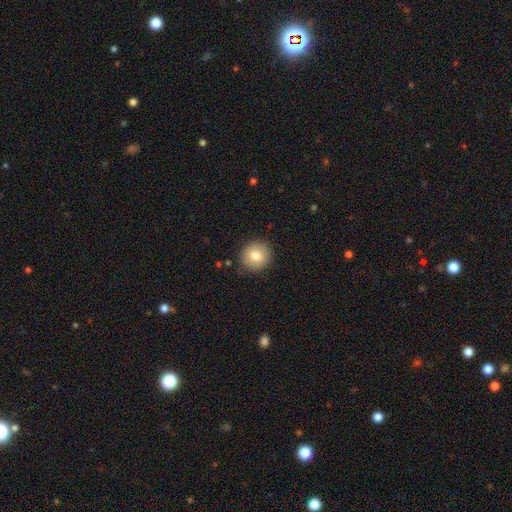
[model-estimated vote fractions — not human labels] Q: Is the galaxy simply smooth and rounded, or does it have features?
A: smooth — 81%.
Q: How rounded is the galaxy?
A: round — 91%.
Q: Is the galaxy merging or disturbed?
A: none — 88%.